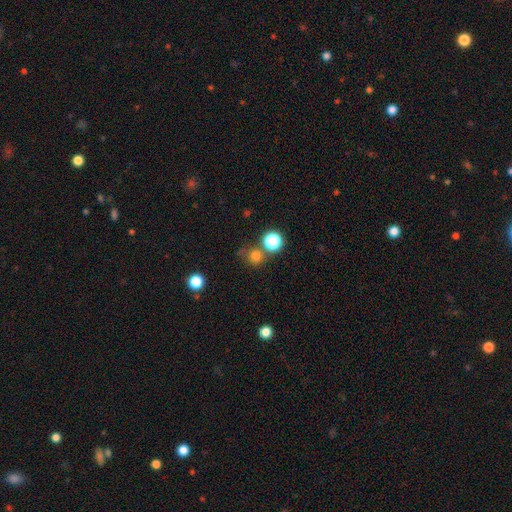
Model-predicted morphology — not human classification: A smooth galaxy with no disk features (75%) that is round (90%). Merging: none (68%).